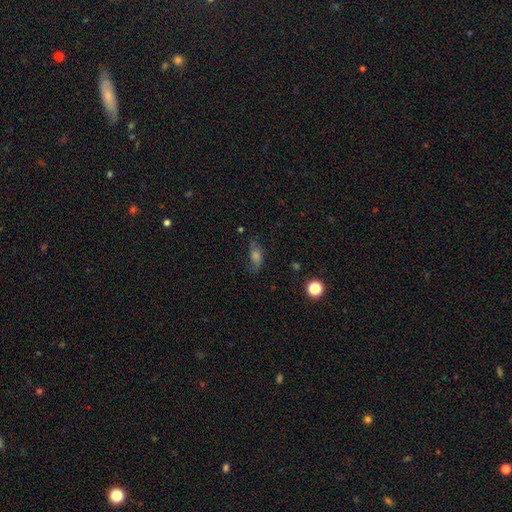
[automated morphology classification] Smooth or featured: smooth — 48% (featured or disk — 31%)
Merging: none — 68% (minor disturbance — 21%)